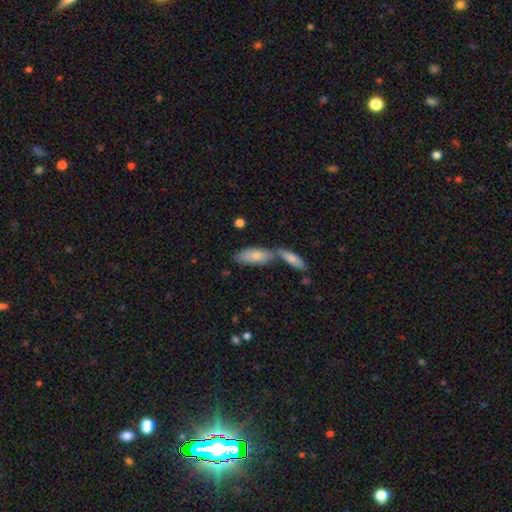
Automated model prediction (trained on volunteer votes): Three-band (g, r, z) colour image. It shows a smooth galaxy with no disk features (77%) that is in between round and cigar-shaped (73%). Merging: merger (46%).